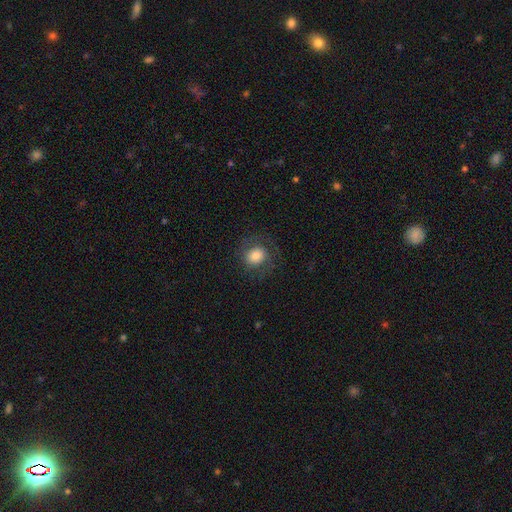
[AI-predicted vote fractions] A smooth galaxy with no disk features (70%) that is round (74%). Merging: none (72%).